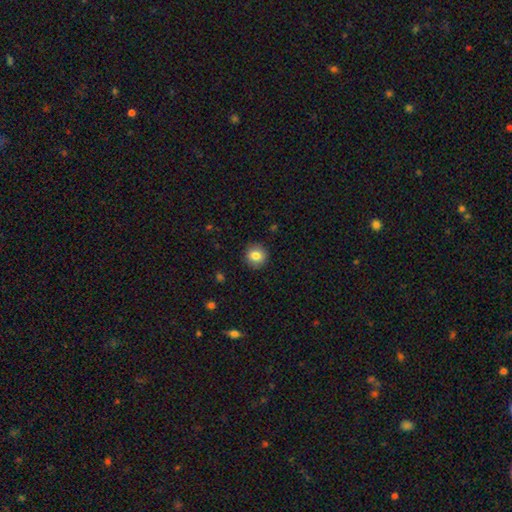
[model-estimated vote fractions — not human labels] This appears to be a smooth galaxy with no disk features (83%) that is round (91%). Merging: none (90%).